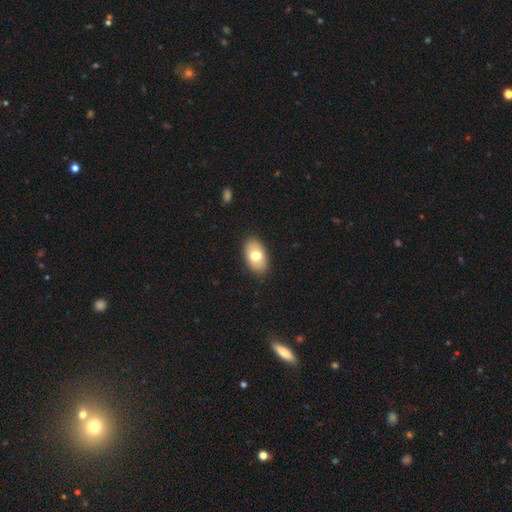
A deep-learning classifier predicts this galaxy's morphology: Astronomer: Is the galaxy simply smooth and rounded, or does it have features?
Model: smooth — 72%.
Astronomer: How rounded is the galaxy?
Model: in between — 92%.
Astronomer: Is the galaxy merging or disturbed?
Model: none — 88%.